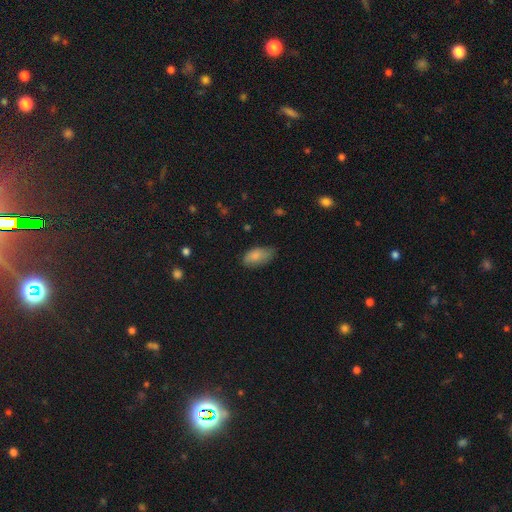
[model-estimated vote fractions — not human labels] smooth_or_featured: smooth (p=0.83) [alt: featured or disk p=0.10]
how_rounded: in between (p=0.92) [alt: cigar-shaped p=0.04]
merging: none (p=0.59) [alt: minor disturbance p=0.32]